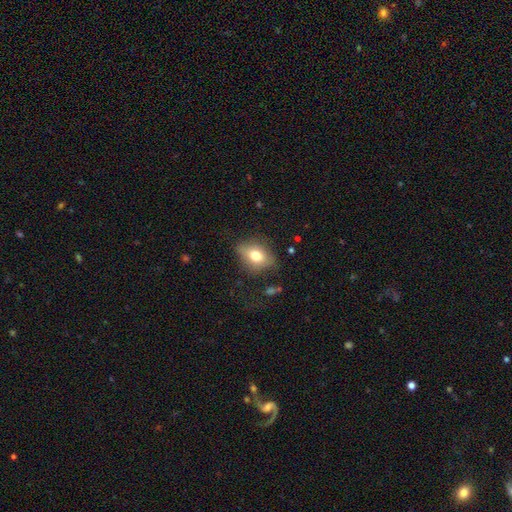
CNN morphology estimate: Smooth or featured? Predicted: smooth (p=0.71). How rounded? Predicted: in between (p=0.66). Merging? Predicted: none (p=0.74).